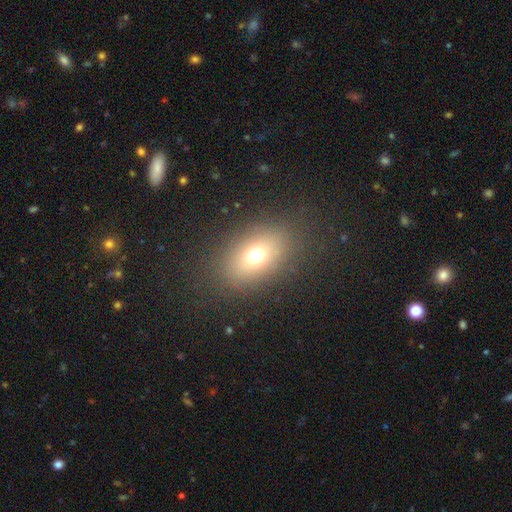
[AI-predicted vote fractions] This is likely a smooth galaxy (68%). How rounded: likely in between (74%). Merging: clearly none (84%).